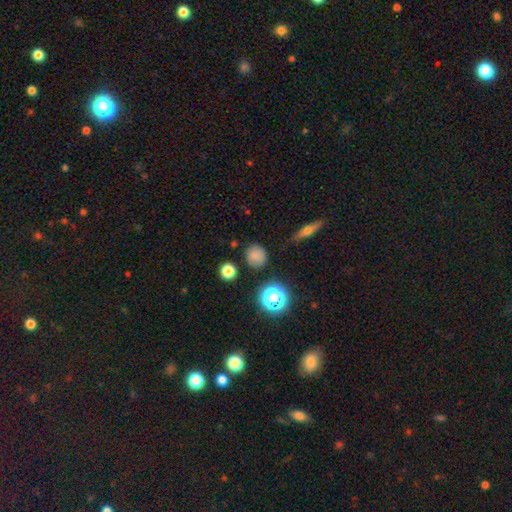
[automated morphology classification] Smooth or featured? Predicted: smooth (p=0.78). How rounded? Predicted: round (p=0.87). Merging? Predicted: none (p=0.85).